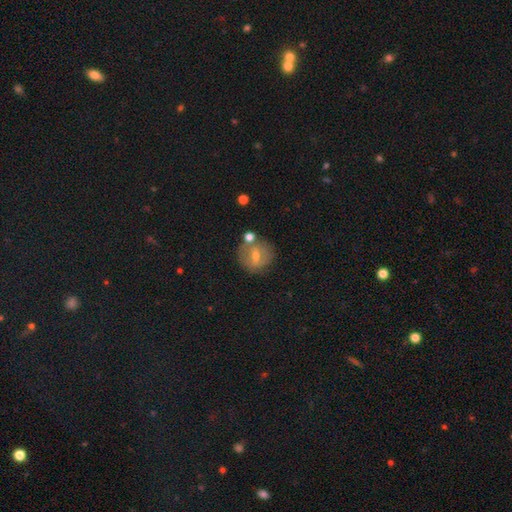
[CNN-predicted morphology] type=smooth (46%); merging=none (70%).